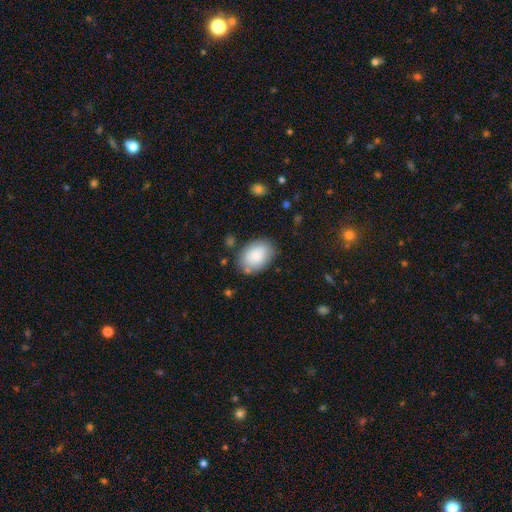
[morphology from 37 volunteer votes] This is clearly a smooth galaxy (89%). How rounded: likely in between (76%). Merging: clearly none (83%).